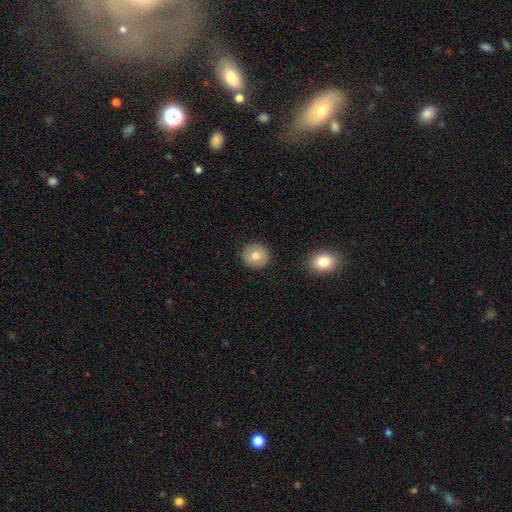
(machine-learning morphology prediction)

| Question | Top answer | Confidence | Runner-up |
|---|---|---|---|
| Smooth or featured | smooth | 74% | featured or disk (18%) |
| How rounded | round | 90% | in between (9%) |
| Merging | none | 89% | minor disturbance (7%) |